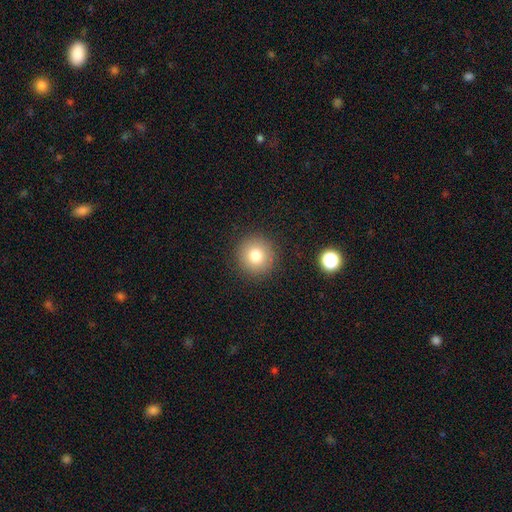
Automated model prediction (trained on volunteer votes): smooth_or_featured: smooth (p=0.78) [alt: star or artifact p=0.12]
how_rounded: round (p=0.94) [alt: in between p=0.05]
merging: none (p=0.90) [alt: minor disturbance p=0.06]